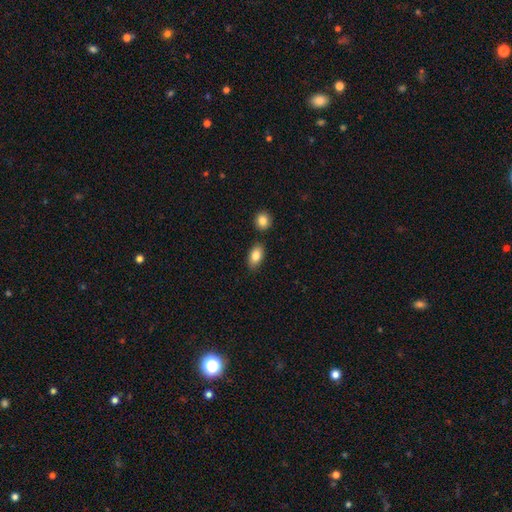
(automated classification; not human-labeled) This appears to be a smooth galaxy with no disk features (84%) that is in between round and cigar-shaped (90%). Merging: none (81%).